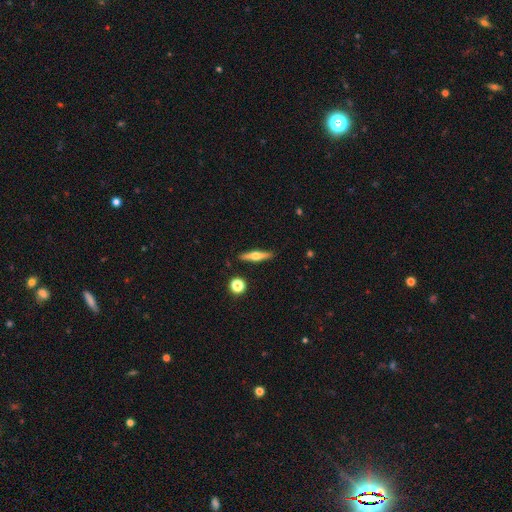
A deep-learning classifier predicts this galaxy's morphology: Smooth or featured? Predicted: featured or disk (p=0.57). Edge-on disk? Predicted: yes (p=0.95). Edge-on bulge? Predicted: rounded (p=0.93). Merging? Predicted: none (p=0.90).